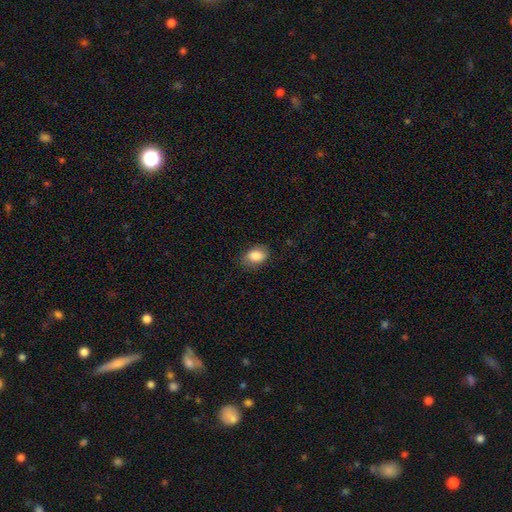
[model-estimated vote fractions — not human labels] Overall: smooth (85%). How rounded: in between (82%). Merging: none (78%).